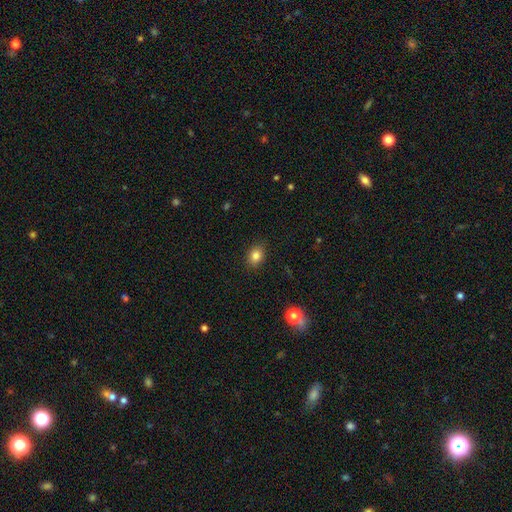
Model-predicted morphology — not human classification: A smooth galaxy with no disk features (83%) that is in between round and cigar-shaped (56%).

Vote fractions:
- Smooth or featured? smooth: 83% / star or artifact: 11% / featured or disk: 6%
- How rounded? in between: 56% / round: 43% / cigar-shaped: 1%
- Merging? none: 87% / minor disturbance: 9% / major disturbance: 2% / merger: 1%